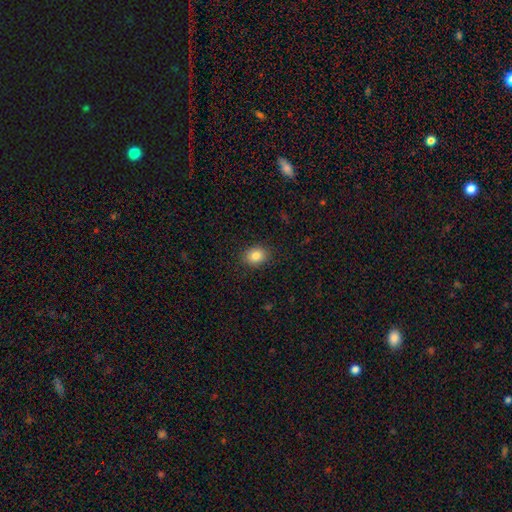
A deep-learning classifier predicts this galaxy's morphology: Smooth or featured? Predicted: smooth (p=0.84). How rounded? Predicted: in between (p=0.52). Merging? Predicted: none (p=0.88).